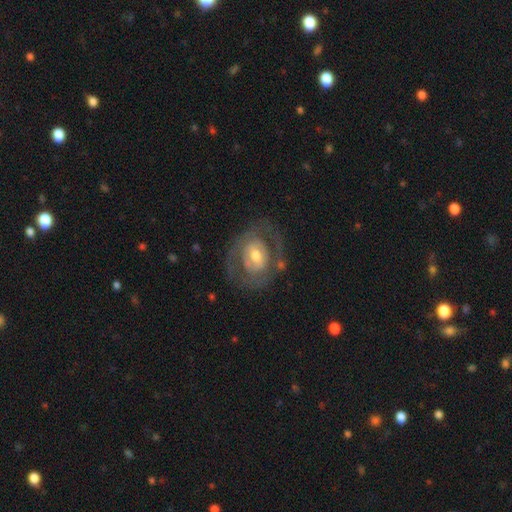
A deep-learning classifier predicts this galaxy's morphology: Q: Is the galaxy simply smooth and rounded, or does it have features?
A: featured or disk — 68%.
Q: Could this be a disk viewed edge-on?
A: no — 95%.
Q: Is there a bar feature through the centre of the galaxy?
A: no — 45%.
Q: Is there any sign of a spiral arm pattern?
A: no — 55%.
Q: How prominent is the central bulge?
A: moderate — 64%.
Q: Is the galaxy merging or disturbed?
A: none — 66%.